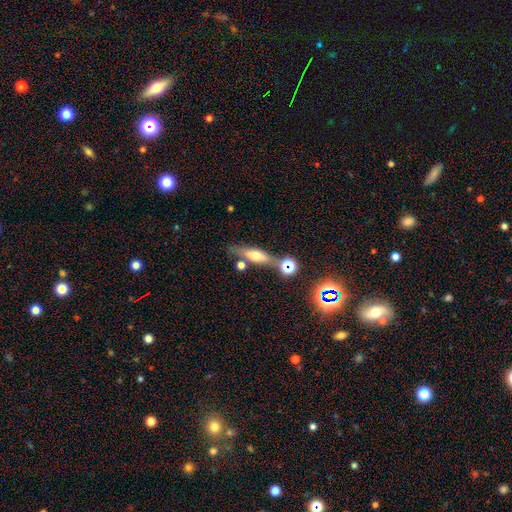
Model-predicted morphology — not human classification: This is marginally a featured or disk galaxy (45%). Merging: likely none (67%).